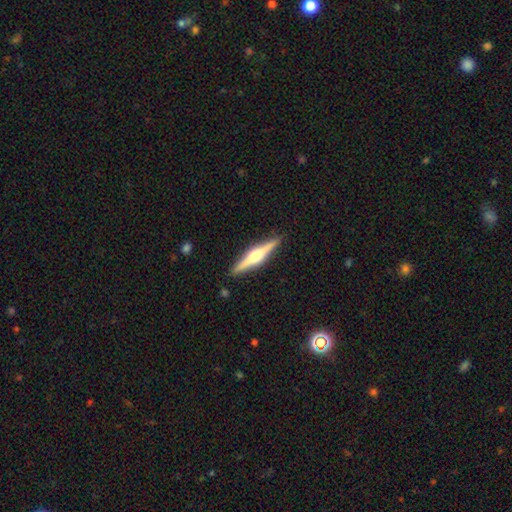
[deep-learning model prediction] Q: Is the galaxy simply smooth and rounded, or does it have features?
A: featured or disk — 72%.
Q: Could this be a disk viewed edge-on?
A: yes — 98%.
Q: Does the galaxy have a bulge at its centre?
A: rounded — 85%.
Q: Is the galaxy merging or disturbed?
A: none — 90%.